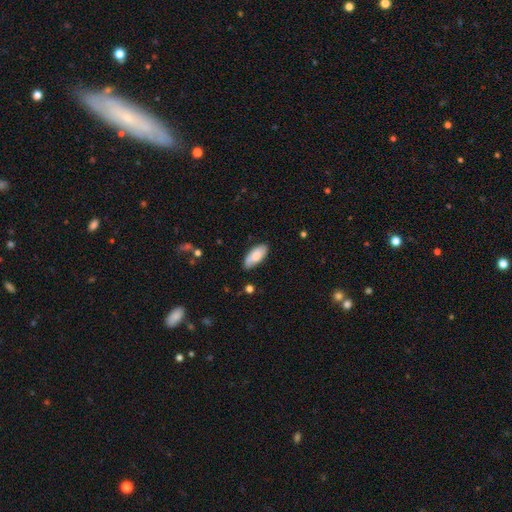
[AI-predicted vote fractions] Smooth or featured?
  - smooth: 79% *
  - featured or disk: 15%
  - star or artifact: 6%
How rounded?
  - in between: 87% *
  - cigar-shaped: 11%
  - round: 2%
Merging?
  - none: 80% *
  - minor disturbance: 16%
  - major disturbance: 3%
  - merger: 1%